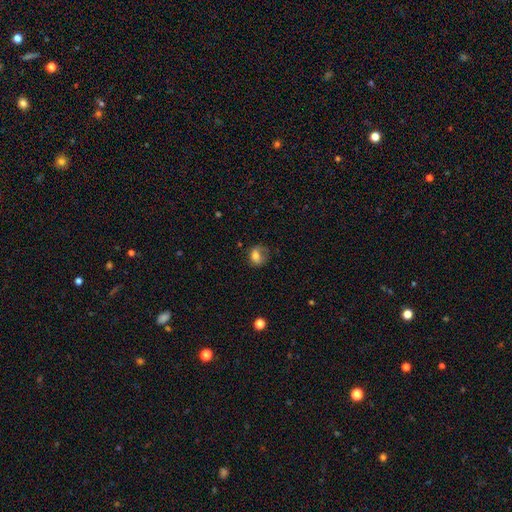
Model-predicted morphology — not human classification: Smooth or featured?
  - smooth: 73% *
  - featured or disk: 17%
  - star or artifact: 10%
How rounded?
  - round: 49% * (tied)
  - in between: 49% * (tied)
  - cigar-shaped: 1%
Merging?
  - none: 44% *
  - minor disturbance: 30%
  - major disturbance: 24%
  - merger: 2%